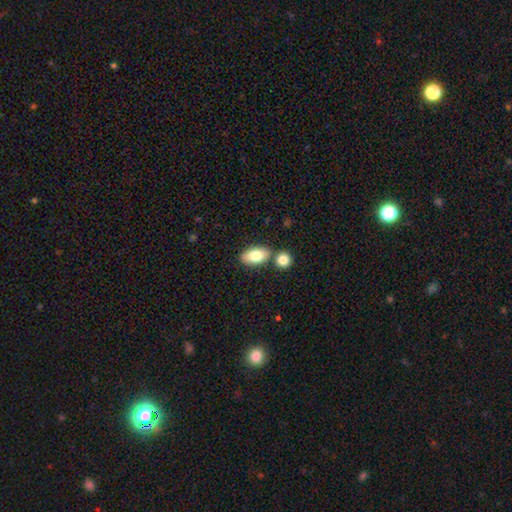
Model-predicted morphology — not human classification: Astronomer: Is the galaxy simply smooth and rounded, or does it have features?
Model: smooth — 81%.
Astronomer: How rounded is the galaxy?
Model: in between — 91%.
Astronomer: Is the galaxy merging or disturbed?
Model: none — 69%.